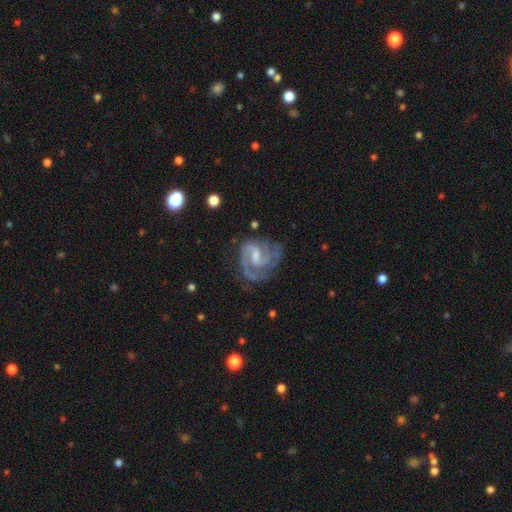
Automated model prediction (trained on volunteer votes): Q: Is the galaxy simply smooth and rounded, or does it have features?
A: featured or disk — 89%.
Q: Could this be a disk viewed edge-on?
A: no — 98%.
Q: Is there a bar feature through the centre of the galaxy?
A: weak — 56%.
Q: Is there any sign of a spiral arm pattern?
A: yes — 97%.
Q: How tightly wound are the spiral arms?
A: medium — 50%.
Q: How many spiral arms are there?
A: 2 — 65%.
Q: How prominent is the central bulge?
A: small — 47%.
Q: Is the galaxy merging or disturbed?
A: none — 65%.